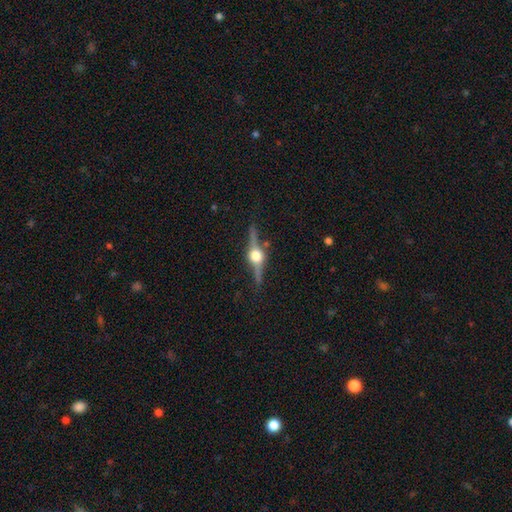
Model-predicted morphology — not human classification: This is clearly a featured or disk galaxy (87%). It is clearly viewed edge-on (98%). Edge-on bulge: clearly rounded (95%). Merging: clearly none (88%).